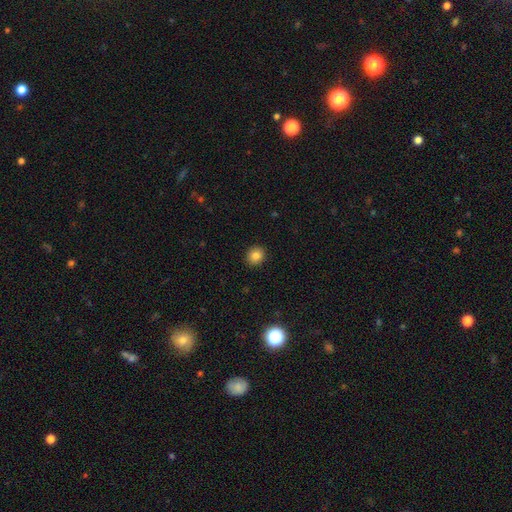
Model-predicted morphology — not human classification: Smooth or featured: smooth — 83% (star or artifact — 11%)
How rounded: round — 84% (in between — 15%)
Merging: none — 91% (minor disturbance — 6%)